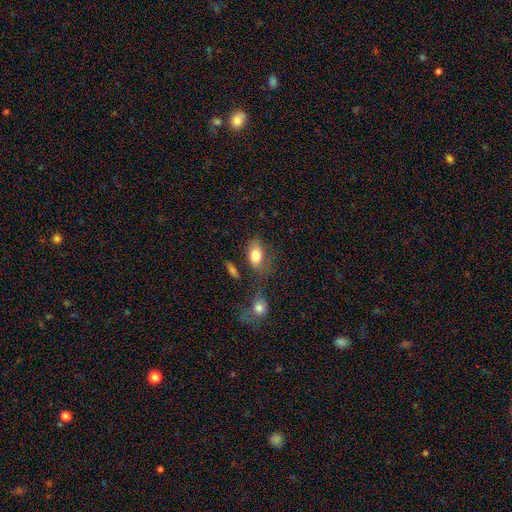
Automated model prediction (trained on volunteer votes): smooth-or-featured: smooth: 81% | featured or disk: 11% | star or artifact: 8%
  how-rounded: in between: 88% | round: 9% | cigar-shaped: 3%
  merging: none: 52% | minor disturbance: 23% | merger: 13% | major disturbance: 12%